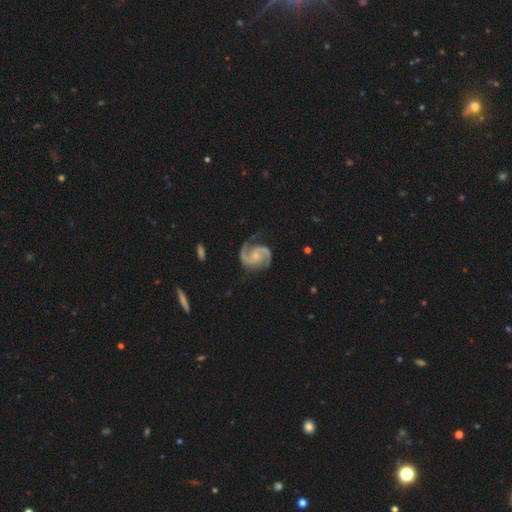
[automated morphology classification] This is clearly a featured or disk galaxy (94%). It is clearly not viewed edge-on (98%). Bar: likely no (63%). Spiral arm pattern: clearly yes (99%). Spiral arm count: clearly 2 (93%). Spiral winding: likely medium (60%). Central bulge: likely small (62%). Merging: likely none (77%).